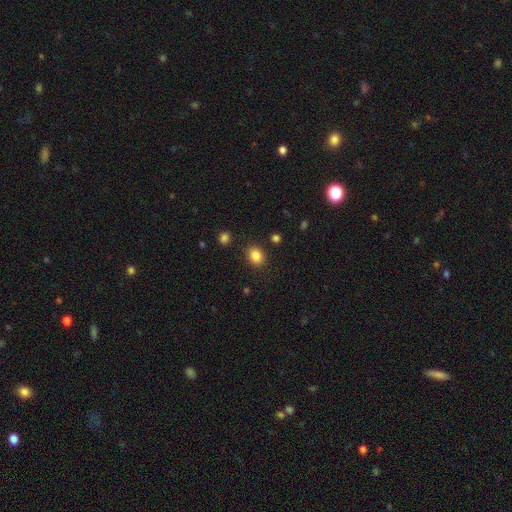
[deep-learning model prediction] smooth_or_featured: smooth (p=0.85) [alt: star or artifact p=0.10]
how_rounded: round (p=0.53) [alt: in between p=0.46]
merging: none (p=0.87) [alt: minor disturbance p=0.08]